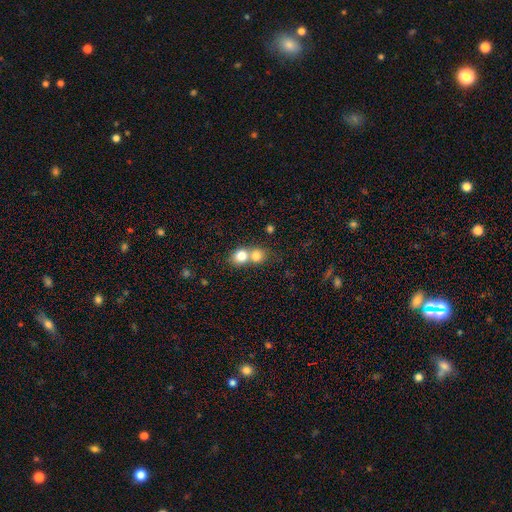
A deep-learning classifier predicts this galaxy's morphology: Smooth or featured: smooth — 77% (featured or disk — 13%)
How rounded: round — 74% (in between — 25%)
Merging: merger — 65% (none — 28%)